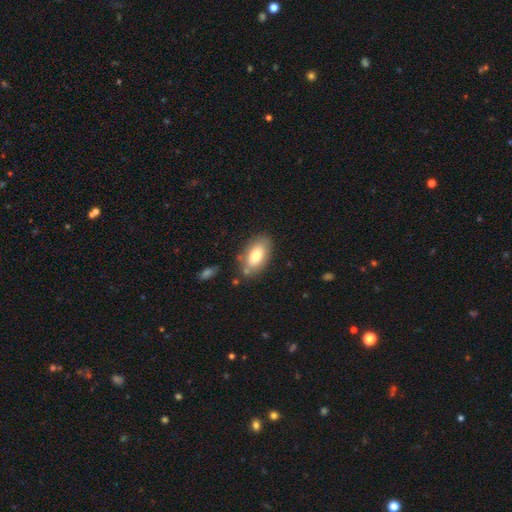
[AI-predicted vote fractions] This is likely a smooth galaxy (76%). How rounded: clearly in between (92%). Merging: likely none (77%).